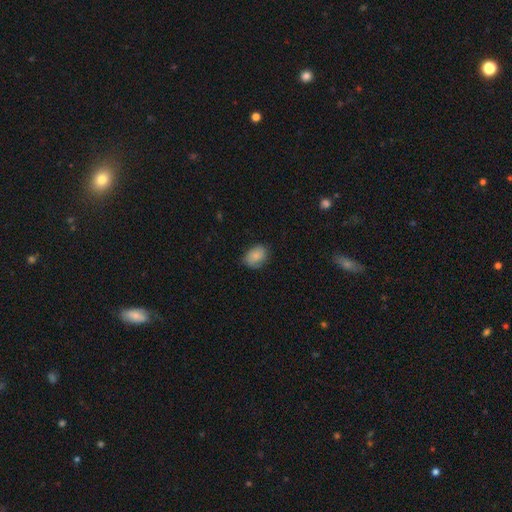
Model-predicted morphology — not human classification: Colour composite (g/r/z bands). It shows a smooth galaxy with no disk features (85%) that is in between round and cigar-shaped (72%). Merging: none (75%).